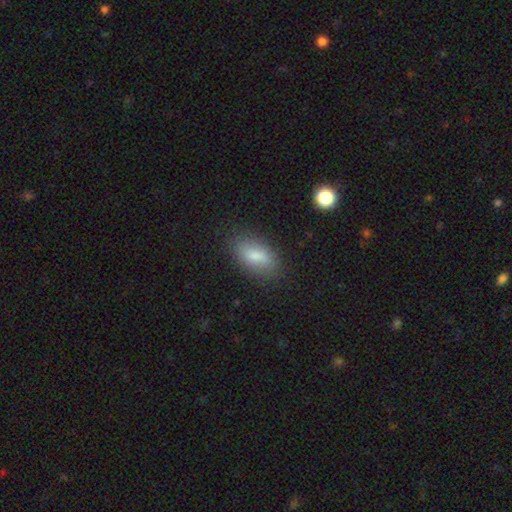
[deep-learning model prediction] This appears to be a smooth galaxy with no disk features (80%) that is in between round and cigar-shaped (88%). Merging: none (80%).